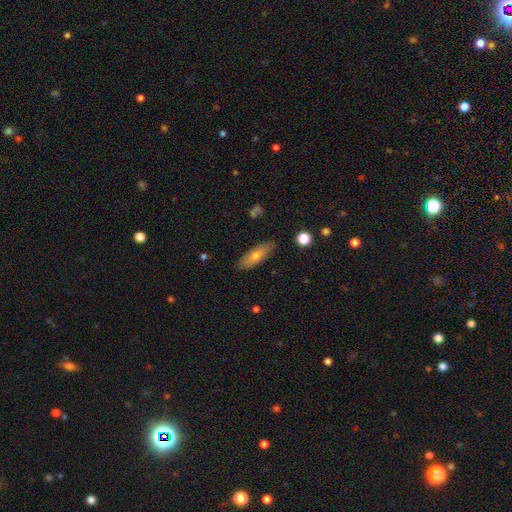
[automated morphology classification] Overall: smooth (66%; featured or disk 26%). How rounded: in between (59%; cigar-shaped 38%). Merging: none (86%).